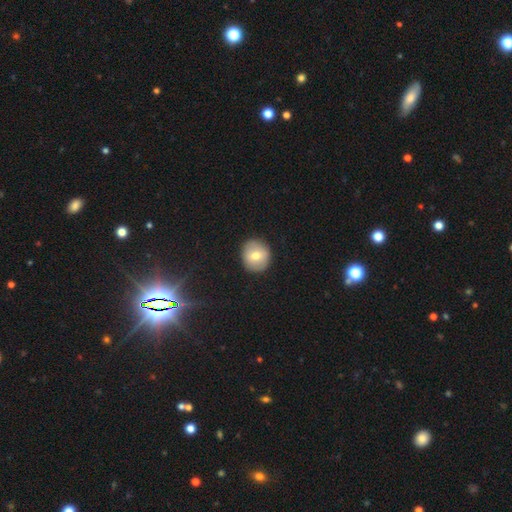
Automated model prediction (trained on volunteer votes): Overall: smooth (68%). How rounded: round (86%). Merging: none (89%).